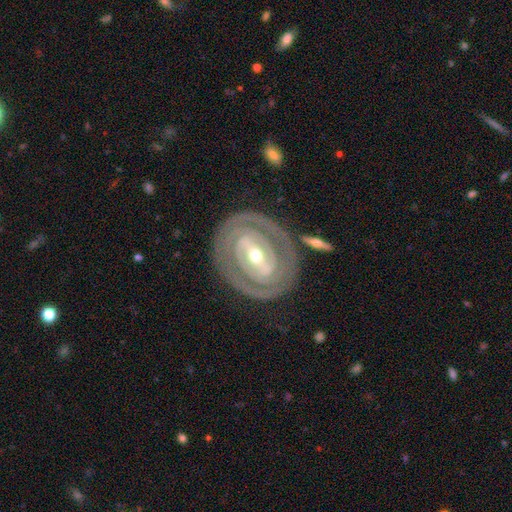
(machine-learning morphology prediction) Smooth or featured? Predicted: featured or disk (p=0.86). Edge-on disk? Predicted: no (p=0.95). Bar? Predicted: strong (p=0.52). Spiral arms? Predicted: yes (p=0.85). Spiral winding? Predicted: tight (p=0.84). Spiral arm count? Predicted: 2 (p=0.61). Bulge size? Predicted: small (p=0.48, tied with moderate). Merging? Predicted: none (p=0.82).